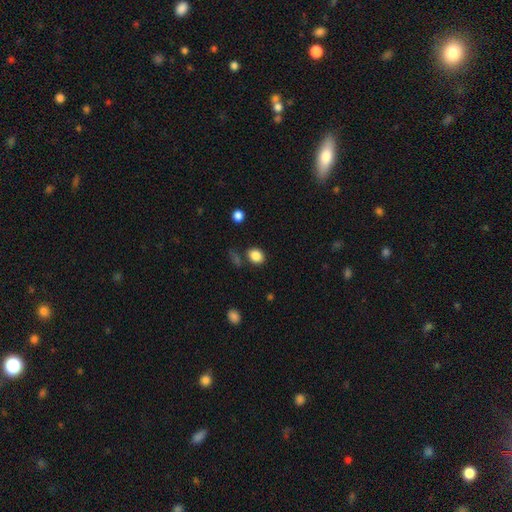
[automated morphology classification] The model was most divided on "how rounded": in between: 50%, round: 49%, cigar-shaped: 1%. More confident: smooth or featured — smooth (85%); merging — none (76%).